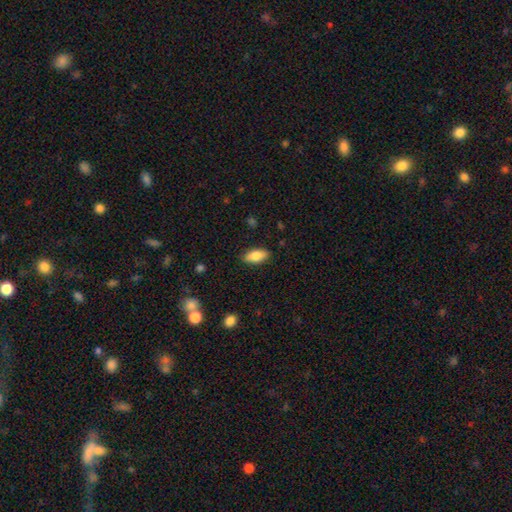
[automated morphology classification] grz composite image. It shows a smooth galaxy with no disk features (84%) that is in between round and cigar-shaped (87%). Merging: none (87%).